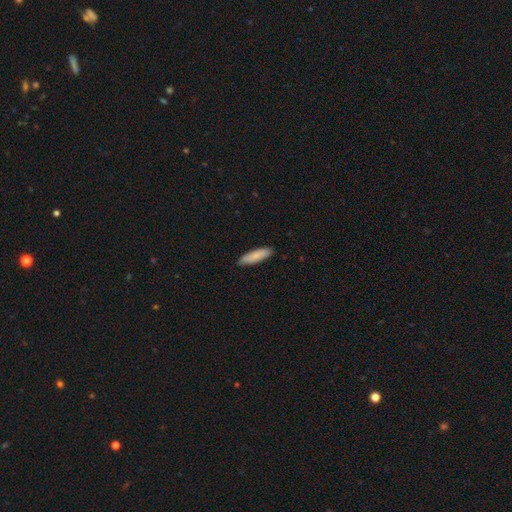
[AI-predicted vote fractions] A smooth galaxy with no disk features (85%) that is cigar-shaped (63%).

Vote fractions:
- Smooth or featured? smooth: 85% / featured or disk: 10% / star or artifact: 5%
- How rounded? cigar-shaped: 63% / in between: 35% / round: 1%
- Merging? none: 89% / minor disturbance: 9% / major disturbance: 1% / merger: 1%